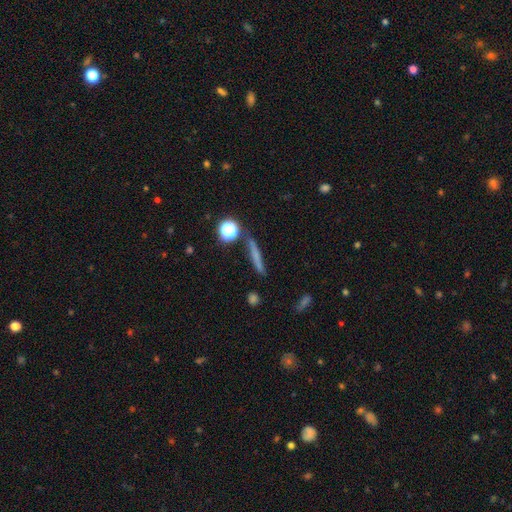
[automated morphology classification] A smooth galaxy with no disk features (56%) that is cigar-shaped (81%).

Vote fractions:
- Smooth or featured? smooth: 56% / featured or disk: 29% / star or artifact: 16%
- How rounded? cigar-shaped: 81% / round: 11% / in between: 8%
- Merging? none: 78% / minor disturbance: 13% / merger: 5% / major disturbance: 4%